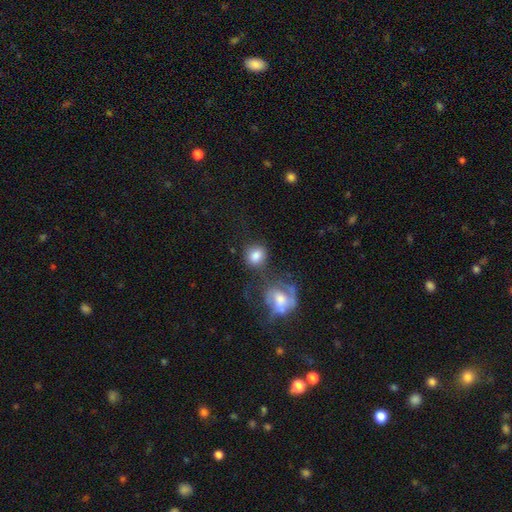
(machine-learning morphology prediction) This is likely a smooth galaxy (78%). How rounded: likely round (77%). Merging: possibly none (54%).